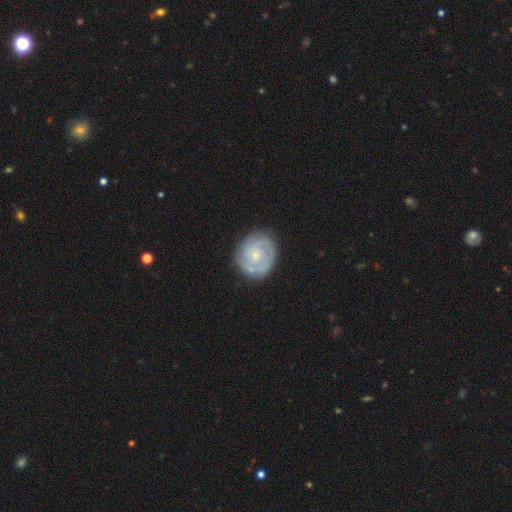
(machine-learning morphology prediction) smooth-or-featured: featured or disk: 70% | smooth: 26% | star or artifact: 5%
  disk-edge-on: no: 98% | yes: 2%
    bar: no: 75% | weak: 21% | strong: 3%
    has-spiral-arms: yes: 81% | no: 19%
      spiral-winding: tight: 67% | medium: 25% | loose: 8%
      spiral-arm-count: 2: 43% | can't tell: 29% | 1: 13% | 3: 9% | 4: 3% | more than 4: 3%
    bulge-size: small: 60% | moderate: 33% | none: 4% | large: 2% | dominant: 1%
  merging: none: 75% | minor disturbance: 17% | major disturbance: 5% | merger: 2%